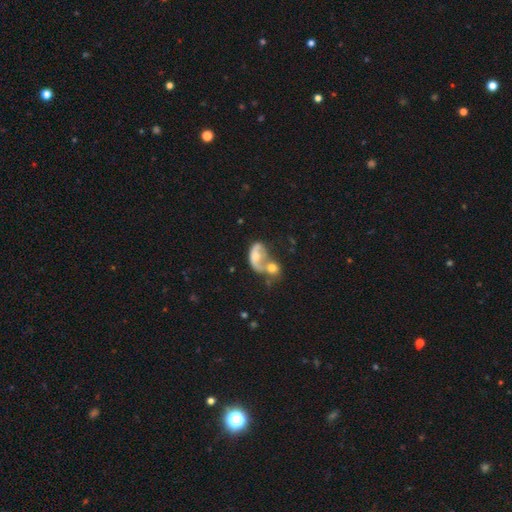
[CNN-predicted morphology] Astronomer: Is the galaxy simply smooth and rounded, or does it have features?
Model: smooth — 48% (runner-up: featured or disk, 43%).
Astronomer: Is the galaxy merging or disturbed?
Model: merger — 63%.